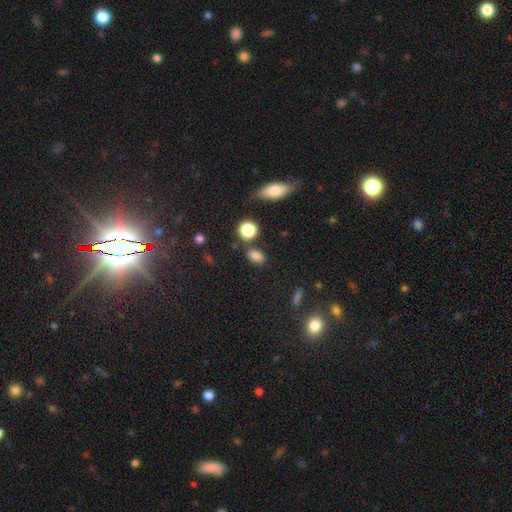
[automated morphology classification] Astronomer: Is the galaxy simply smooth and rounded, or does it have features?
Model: smooth — 81%.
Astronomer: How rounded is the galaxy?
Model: in between — 73%.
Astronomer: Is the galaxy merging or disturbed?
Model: none — 77%.